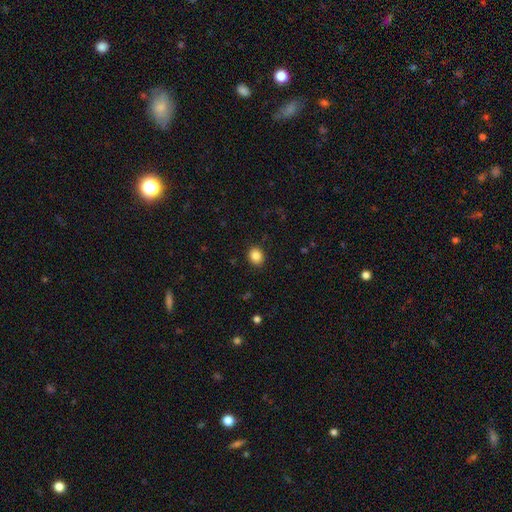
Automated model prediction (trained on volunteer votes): Smooth or featured?
  - smooth: 85% *
  - star or artifact: 10%
  - featured or disk: 5%
How rounded?
  - round: 61% *
  - in between: 38%
  - cigar-shaped: 1%
Merging?
  - none: 89% *
  - minor disturbance: 8%
  - major disturbance: 2%
  - merger: 1%